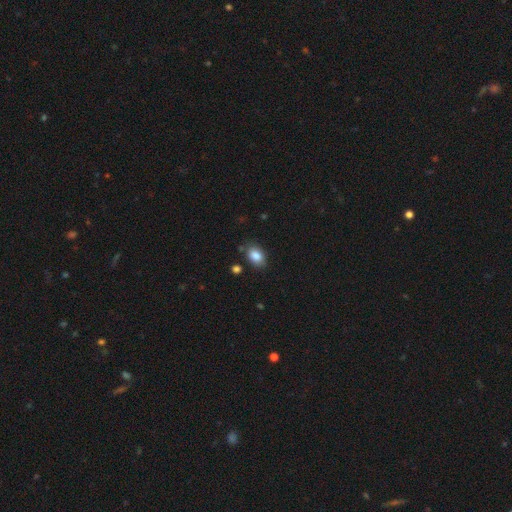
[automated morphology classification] smooth-or-featured: smooth: 86% | star or artifact: 8% | featured or disk: 6%
  how-rounded: in between: 82% | round: 17% | cigar-shaped: 1%
  merging: none: 81% | minor disturbance: 13% | merger: 3% | major disturbance: 3%